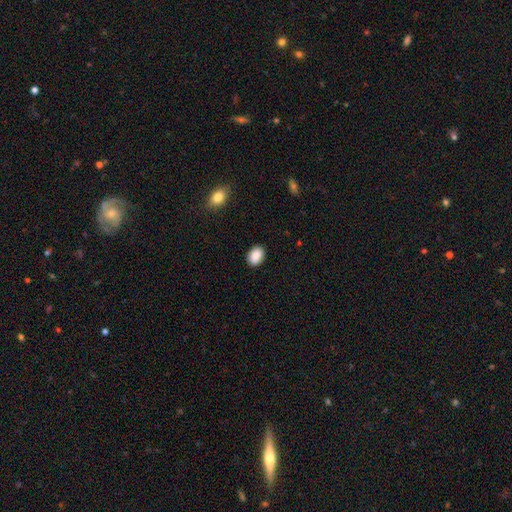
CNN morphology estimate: A smooth galaxy with no disk features (88%) that is in between round and cigar-shaped (76%). Merging: none (88%).